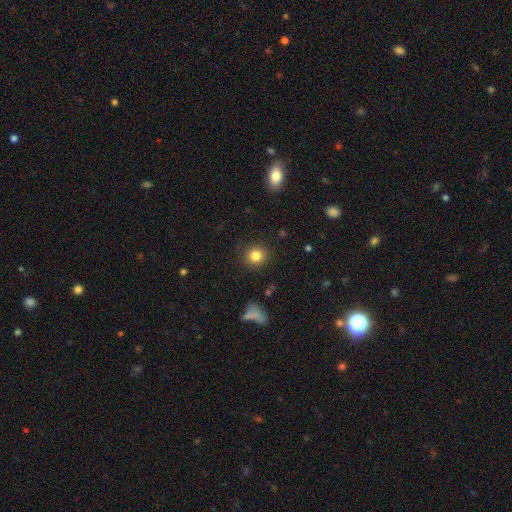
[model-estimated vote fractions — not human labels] A smooth galaxy with no disk features (83%) that is round (92%). Merging: none (90%).